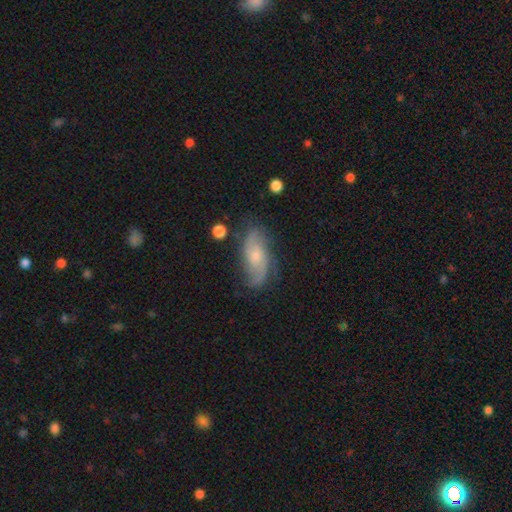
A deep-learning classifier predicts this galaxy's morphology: Smooth or featured: featured or disk — 70% (smooth — 22%)
Edge-on disk: no — 92% (yes — 8%)
Bar: no — 68% (weak — 27%)
Spiral arms: yes — 93% (no — 7%)
Spiral winding: medium — 43% (loose — 30%)
Spiral arm count: 2 — 65% (can't tell — 17%)
Bulge size: small — 59% (moderate — 33%)
Merging: none — 71% (minor disturbance — 20%)